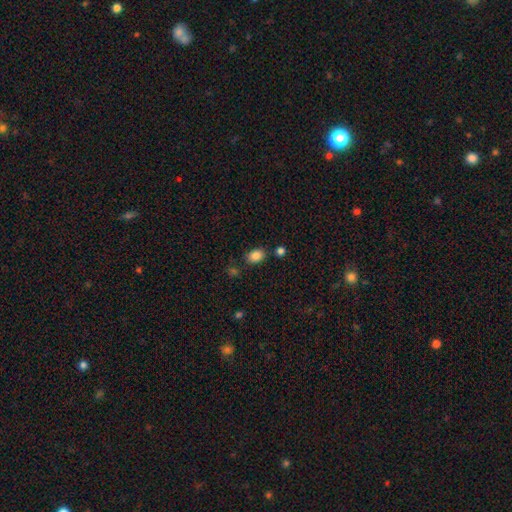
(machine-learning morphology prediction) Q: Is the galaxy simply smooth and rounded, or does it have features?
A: smooth — 85%.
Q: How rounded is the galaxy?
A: in between — 74%.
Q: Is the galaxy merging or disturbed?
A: none — 78%.